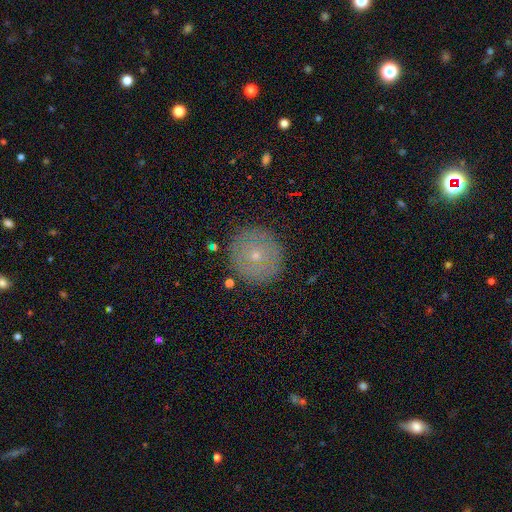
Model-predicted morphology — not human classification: smooth_or_featured: smooth (p=0.56) [alt: featured or disk p=0.32]
how_rounded: round (p=0.93) [alt: in between p=0.06]
merging: none (p=0.89) [alt: minor disturbance p=0.08]